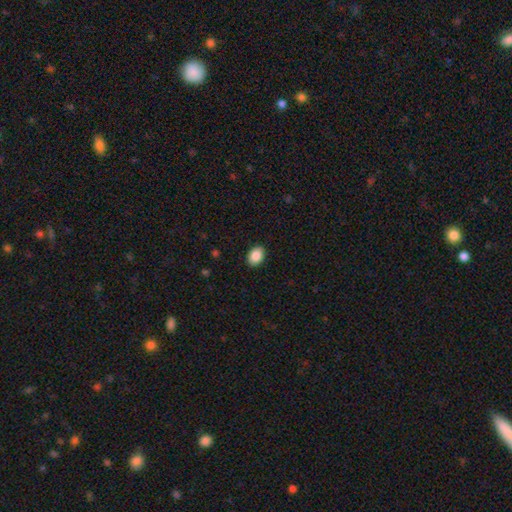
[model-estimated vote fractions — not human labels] The model was most divided on "how rounded": in between: 82%, round: 17%, cigar-shaped: 1%. More confident: merging — none (89%); smooth or featured — smooth (89%).